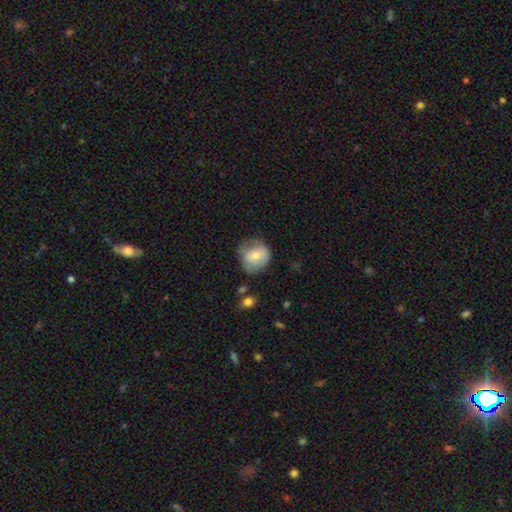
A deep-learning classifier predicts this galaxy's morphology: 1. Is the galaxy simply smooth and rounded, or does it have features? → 69% smooth, 23% featured or disk, 8% star or artifact.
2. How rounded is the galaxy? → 77% round, 22% in between, 1% cigar-shaped.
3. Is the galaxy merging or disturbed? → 61% none, 27% minor disturbance, 9% major disturbance, 3% merger.